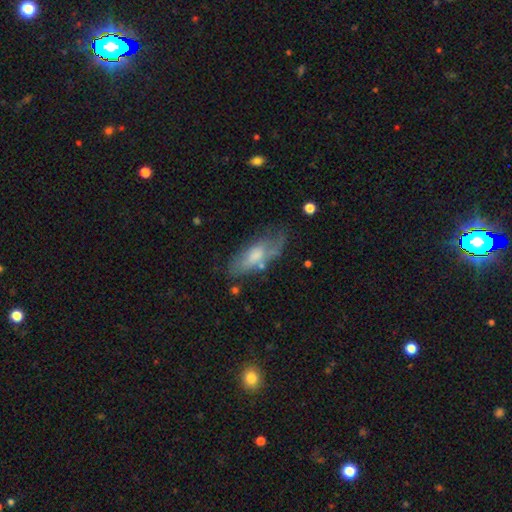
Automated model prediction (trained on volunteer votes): Smooth or featured? Predicted: smooth (p=0.50). Merging? Predicted: none (p=0.51).